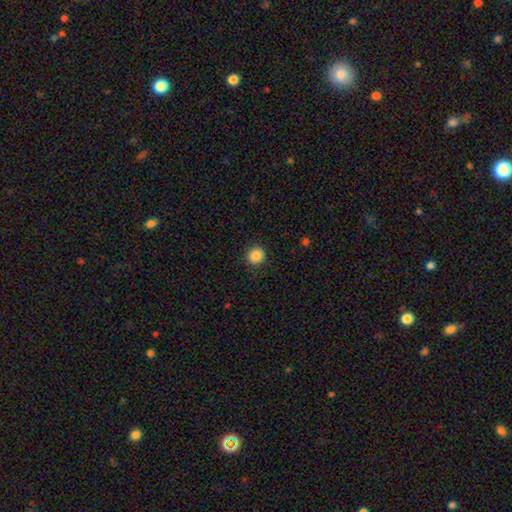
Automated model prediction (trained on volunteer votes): Smooth or featured?
  - smooth: 87% *
  - star or artifact: 10%
  - featured or disk: 4%
How rounded?
  - round: 91% *
  - in between: 8%
  - cigar-shaped: 1%
Merging?
  - none: 90% *
  - minor disturbance: 6%
  - major disturbance: 2%
  - merger: 1%